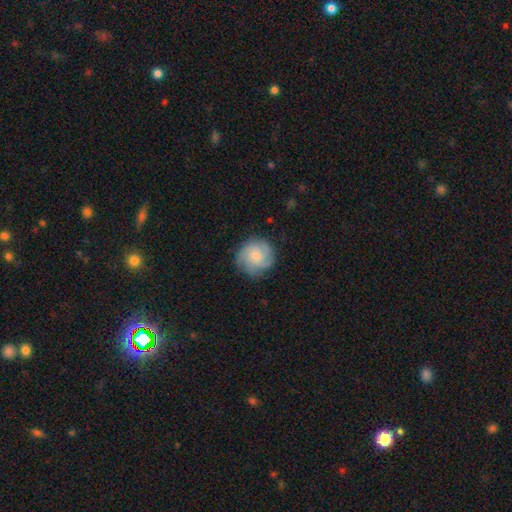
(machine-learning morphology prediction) The model was most divided on "smooth or featured": featured or disk: 56%, smooth: 37%, star or artifact: 8%. More confident: edge-on disk — no (98%); spiral arms — yes (92%); bar — no (80%); merging — none (80%); bulge size — small (65%).